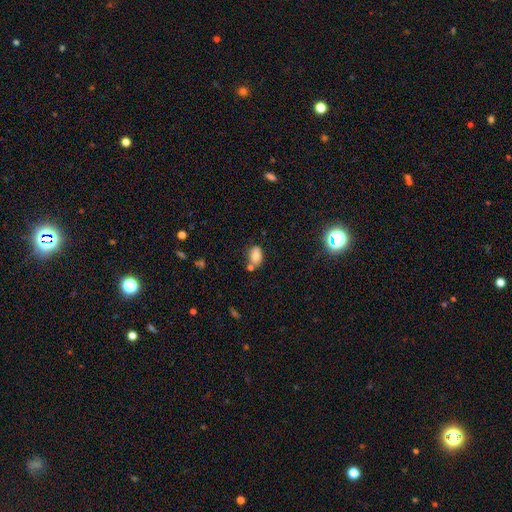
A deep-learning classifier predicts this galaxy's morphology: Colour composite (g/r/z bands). It shows a smooth galaxy with no disk features (81%) that is in between round and cigar-shaped (86%). Merging: none (57%).